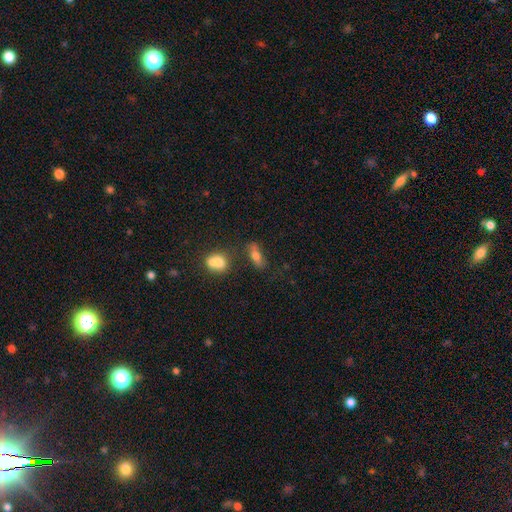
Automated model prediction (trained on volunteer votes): A smooth galaxy with no disk features (69%) that is in between round and cigar-shaped (68%). Merging: none (61%).